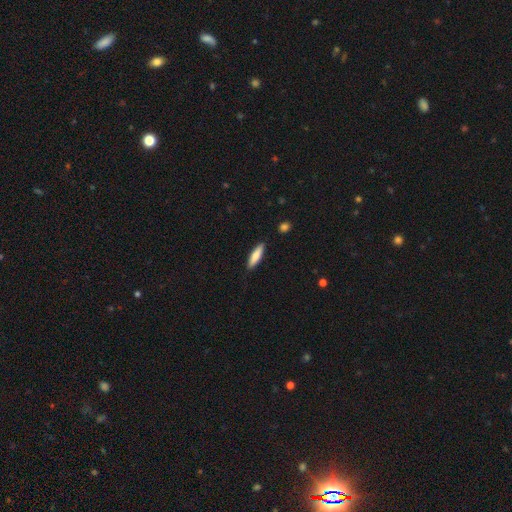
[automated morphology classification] Smooth or featured? Predicted: smooth (p=0.77). How rounded? Predicted: cigar-shaped (p=0.70). Merging? Predicted: none (p=0.88).